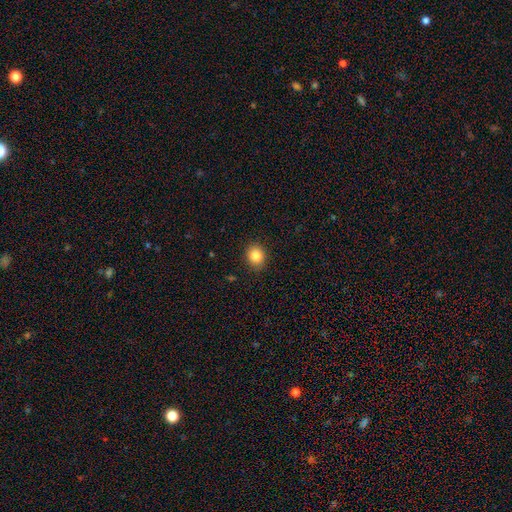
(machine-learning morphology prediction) A smooth galaxy with no disk features (84%) that is round (65%).

Vote fractions:
- Smooth or featured? smooth: 84% / star or artifact: 10% / featured or disk: 6%
- How rounded? round: 65% / in between: 34% / cigar-shaped: 1%
- Merging? none: 89% / minor disturbance: 8% / major disturbance: 2% / merger: 1%